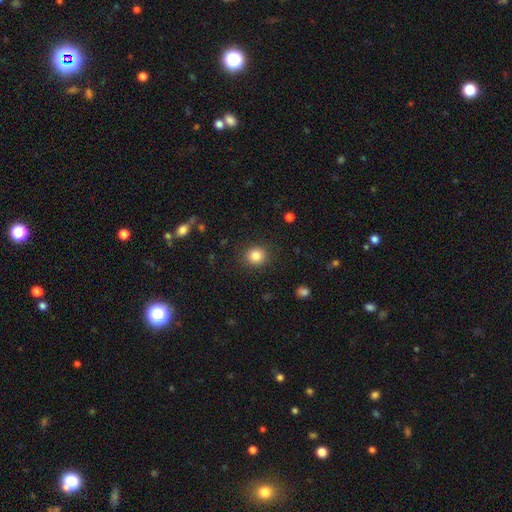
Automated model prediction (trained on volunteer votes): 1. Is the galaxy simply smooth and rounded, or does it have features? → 84% smooth, 11% star or artifact, 5% featured or disk.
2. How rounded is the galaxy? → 83% round, 16% in between, 1% cigar-shaped.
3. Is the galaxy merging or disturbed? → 89% none, 7% minor disturbance, 3% major disturbance, 1% merger.